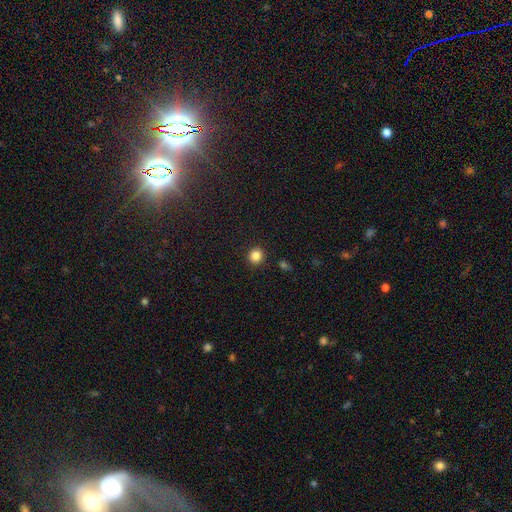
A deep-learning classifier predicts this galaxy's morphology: A smooth galaxy with no disk features (85%) that is round (92%). Merging: none (92%).